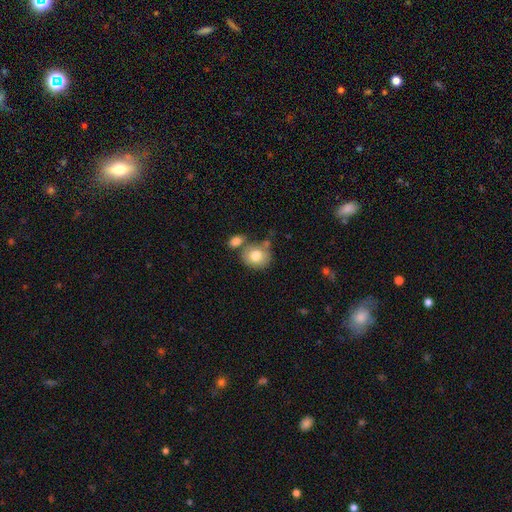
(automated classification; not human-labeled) A smooth galaxy with no disk features (78%) that is round (75%). Merging: none (56%).